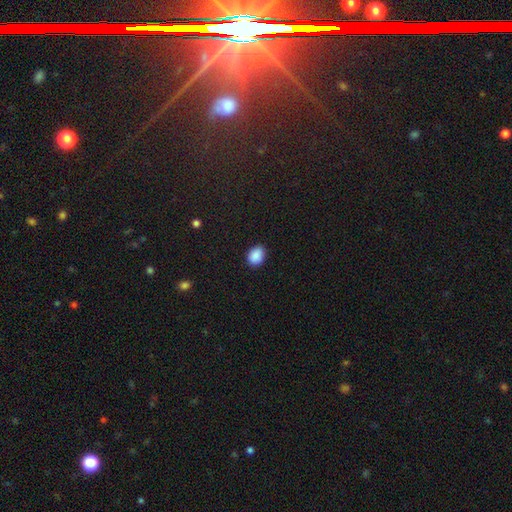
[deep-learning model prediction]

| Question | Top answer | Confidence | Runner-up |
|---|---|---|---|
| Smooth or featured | smooth | 89% | star or artifact (8%) |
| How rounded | in between | 66% | round (33%) |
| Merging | none | 87% | minor disturbance (10%) |